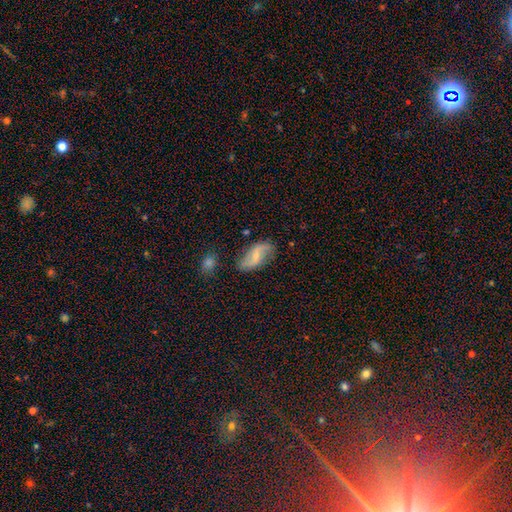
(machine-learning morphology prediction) Overall: featured or disk (58%; smooth 34%). Edge-on disk: no (94%). Bar: weak (45%; no 35%). Spiral arms: yes (87%). Bulge size: small (60%; moderate 28%). Merging: none (71%).